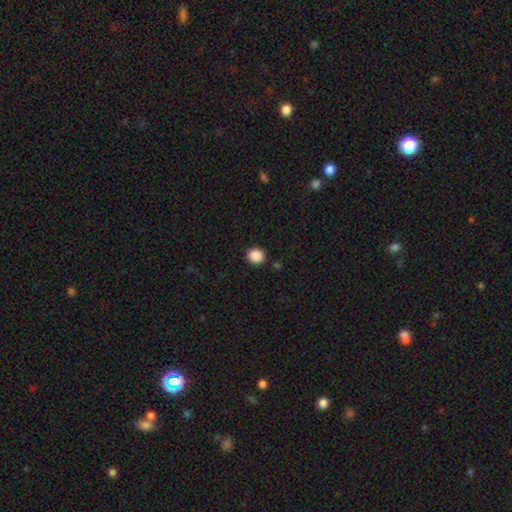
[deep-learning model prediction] Morphology: type=smooth (88%); roundness=round (82%); merging=none (90%).